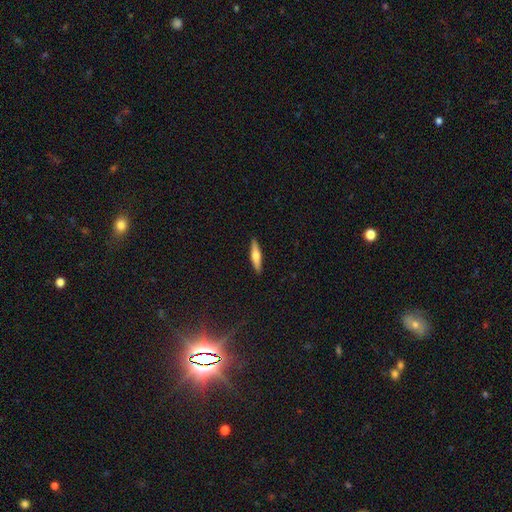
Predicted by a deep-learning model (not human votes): Smooth or featured?
  - smooth: 54% *
  - featured or disk: 40%
  - star or artifact: 6%
How rounded?
  - cigar-shaped: 83% *
  - in between: 15%
  - round: 2%
Merging?
  - none: 90% *
  - minor disturbance: 7%
  - major disturbance: 2%
  - merger: 1%